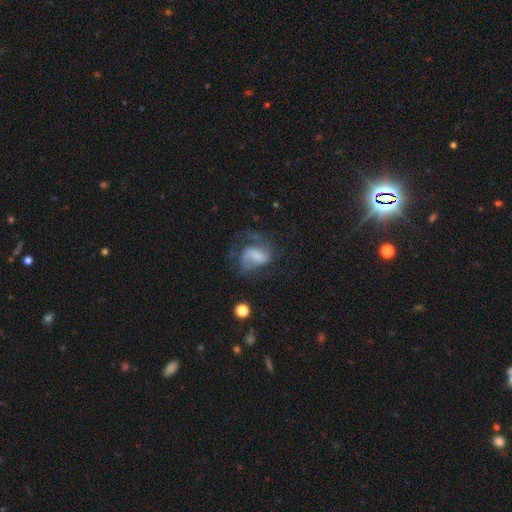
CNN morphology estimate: Overall: featured or disk (58%; smooth 32%). Edge-on disk: no (97%). Bar: weak (44%; no 34%). Spiral arms: yes (80%). Bulge size: none (37%; small 24%). Merging: none (39%; major disturbance 36%).